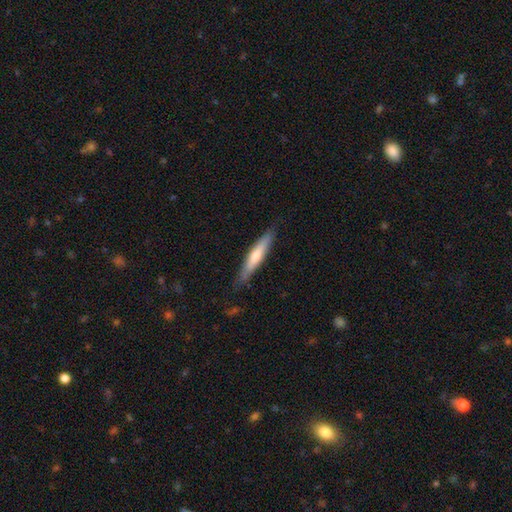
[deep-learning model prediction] The model was most divided on "smooth or featured": smooth: 54%, featured or disk: 41%, star or artifact: 6%. More confident: how rounded — cigar-shaped (91%); merging — none (84%).